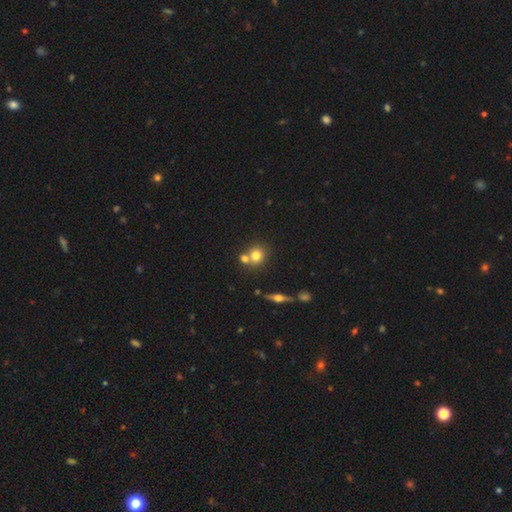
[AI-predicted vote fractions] smooth 73%, featured or disk 15%, star or artifact 12%. Down the decision tree: how rounded — round (85%); merging — none (53%).